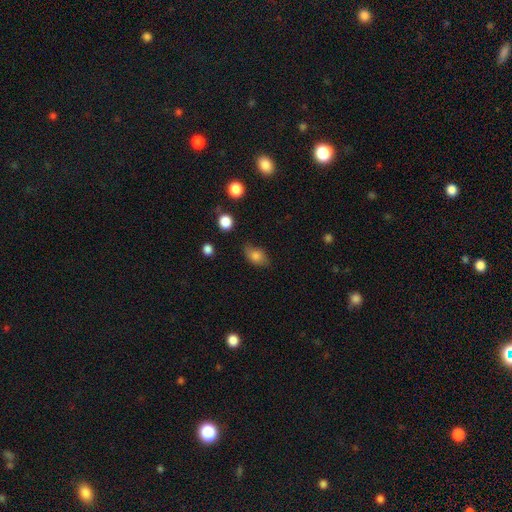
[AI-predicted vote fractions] Smooth or featured? Predicted: smooth (p=0.79). How rounded? Predicted: in between (p=0.81). Merging? Predicted: none (p=0.65).